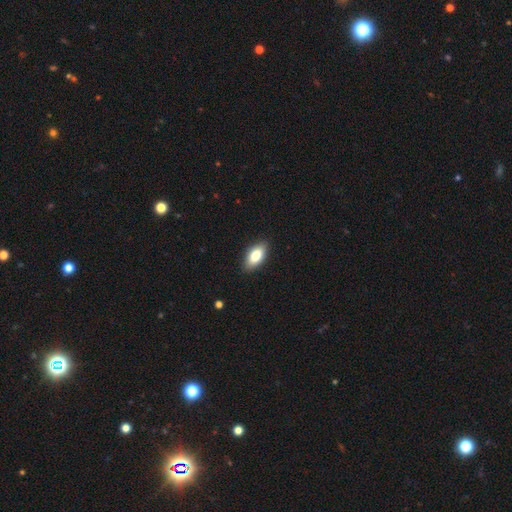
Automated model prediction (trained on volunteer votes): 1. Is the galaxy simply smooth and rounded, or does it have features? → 80% smooth, 13% featured or disk, 7% star or artifact.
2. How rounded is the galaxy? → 91% in between, 5% cigar-shaped, 4% round.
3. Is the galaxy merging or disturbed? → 87% none, 10% minor disturbance, 2% major disturbance, 1% merger.